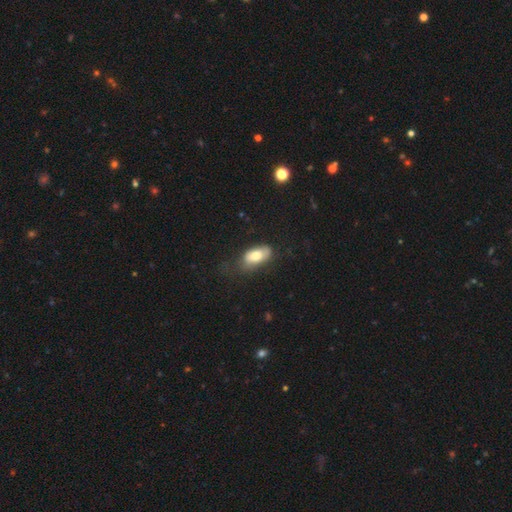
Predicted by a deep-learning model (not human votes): Smooth or featured? smooth (74%)
How rounded? in between (91%)
Merging? none (52%)